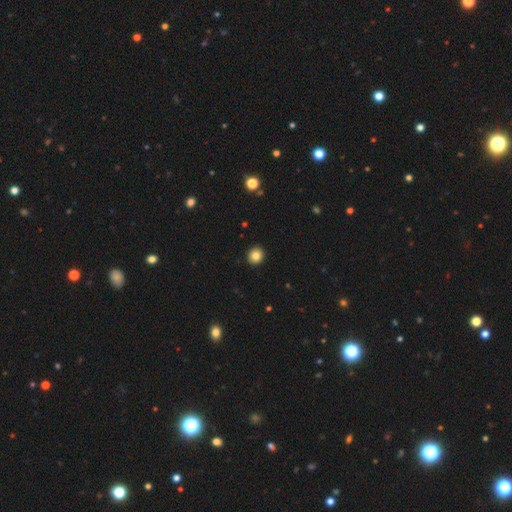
A smooth galaxy with no disk features (87%) that is round (88%). Merging: none (94%).